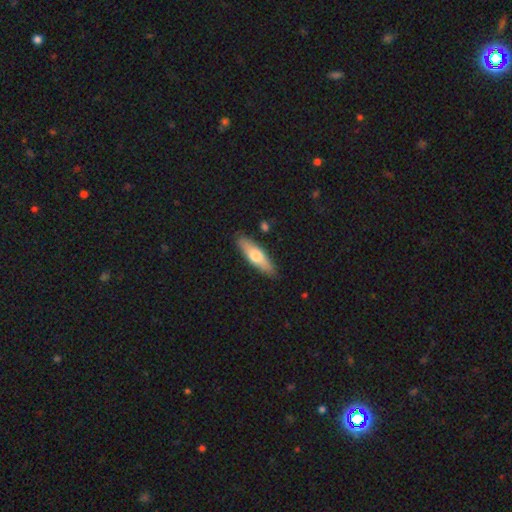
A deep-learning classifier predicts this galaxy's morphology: Smooth or featured? Predicted: smooth (p=0.61). How rounded? Predicted: cigar-shaped (p=0.60). Merging? Predicted: none (p=0.86).